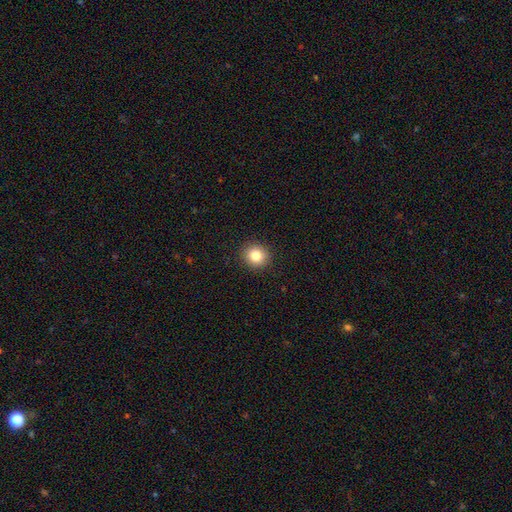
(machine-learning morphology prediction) type=smooth (83%); roundness=round (86%); merging=none (92%).